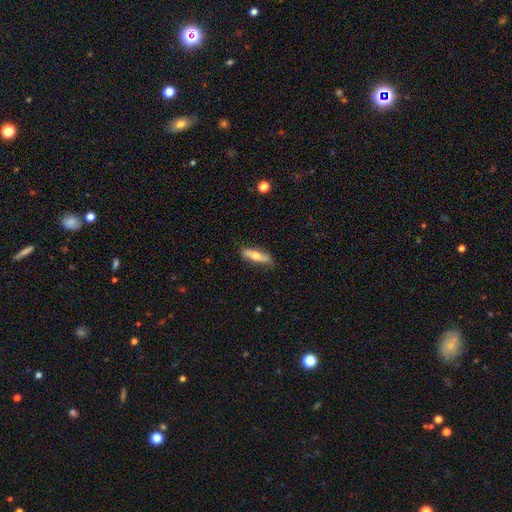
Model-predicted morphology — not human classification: smooth-or-featured: smooth: 57% | featured or disk: 37% | star or artifact: 6%
  how-rounded: cigar-shaped: 56% | in between: 41% | round: 3%
  merging: none: 80% | minor disturbance: 16% | major disturbance: 3% | merger: 1%